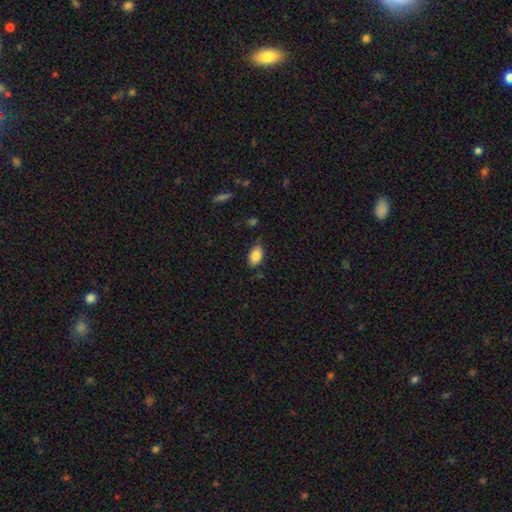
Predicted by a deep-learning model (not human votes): Smooth or featured? smooth (85%)
How rounded? in between (89%)
Merging? none (77%)